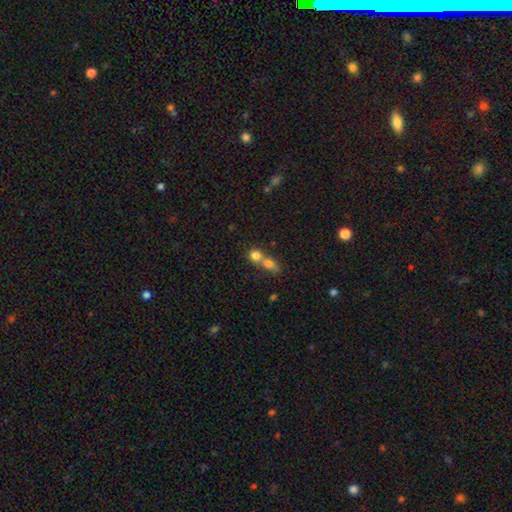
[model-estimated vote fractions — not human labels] Q: Smooth or featured?
A: smooth (77%); runner-up: featured or disk (12%)
Q: How rounded?
A: round (75%); runner-up: in between (23%)
Q: Merging?
A: merger (64%); runner-up: none (27%)